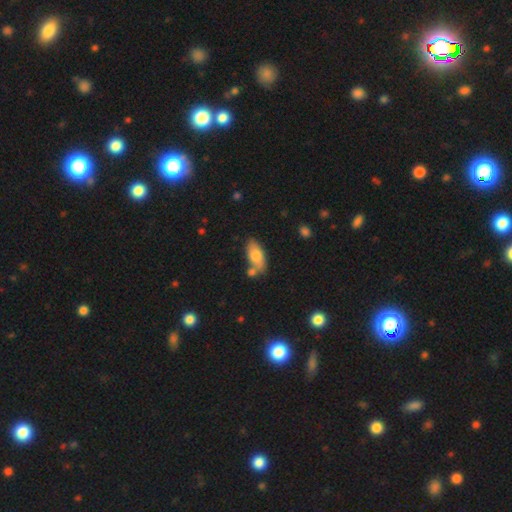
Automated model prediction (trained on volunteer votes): smooth 75%, featured or disk 18%, star or artifact 7%. Down the decision tree: how rounded — in between (86%); merging — none (64%).